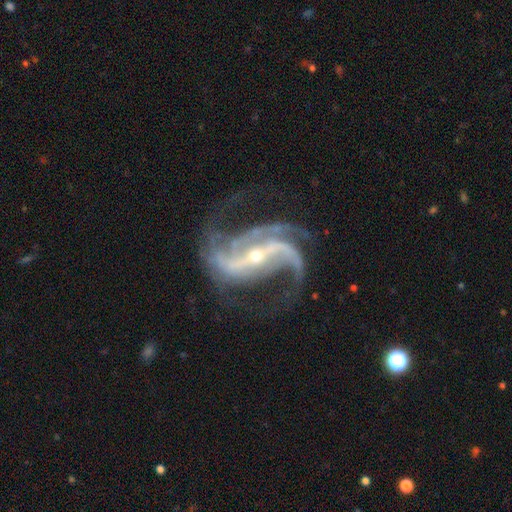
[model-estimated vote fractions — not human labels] Overall: featured or disk (93%). Edge-on disk: no (97%). Bar: strong (68%). Spiral arms: yes (98%). Spiral arm count: 2 (47%; 3 28%). Spiral winding: medium (44%, tied with loose). Bulge size: small (71%). Merging: none (64%).